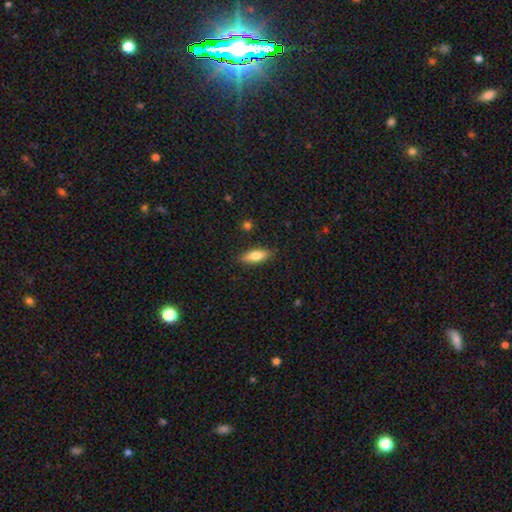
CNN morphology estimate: Smooth or featured? Predicted: smooth (p=0.72). How rounded? Predicted: in between (p=0.65). Merging? Predicted: none (p=0.86).